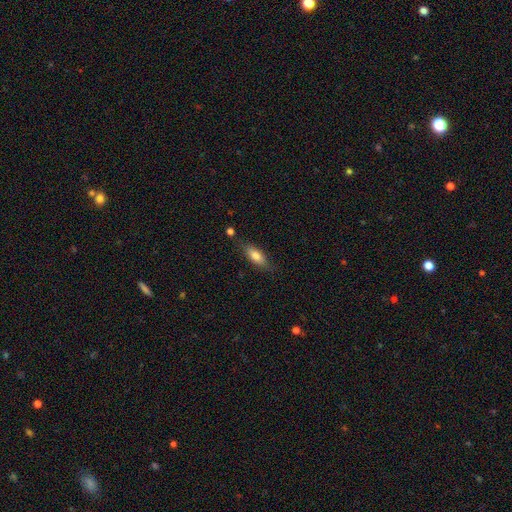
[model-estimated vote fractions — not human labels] smooth 76%, featured or disk 17%, star or artifact 7%. Down the decision tree: how rounded — in between (72%); merging — none (77%).